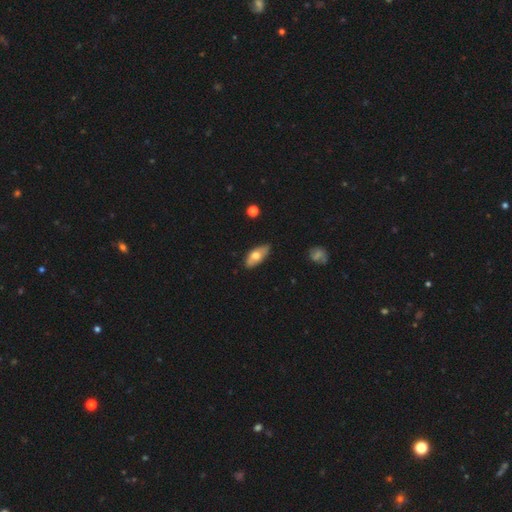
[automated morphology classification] Smooth or featured: smooth — 62% (featured or disk — 32%)
How rounded: in between — 85% (cigar-shaped — 12%)
Merging: none — 77% (minor disturbance — 19%)